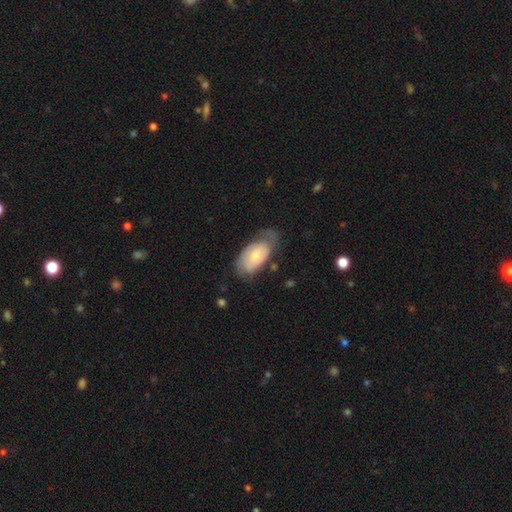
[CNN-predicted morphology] A smooth galaxy with no disk features (50%). Merging: none (43%).